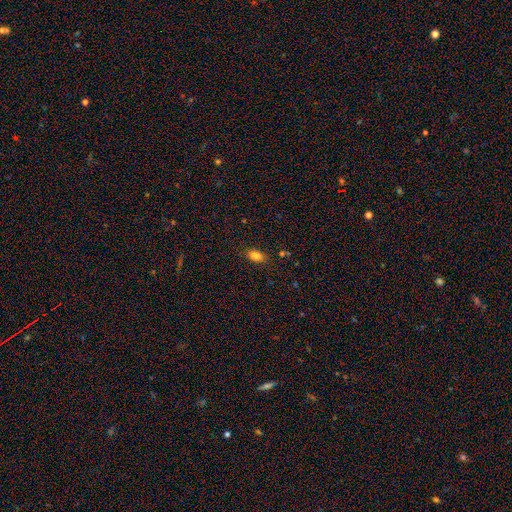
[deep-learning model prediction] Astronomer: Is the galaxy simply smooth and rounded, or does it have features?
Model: smooth — 83%.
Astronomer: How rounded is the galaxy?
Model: in between — 84%.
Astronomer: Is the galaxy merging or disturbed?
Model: none — 83%.